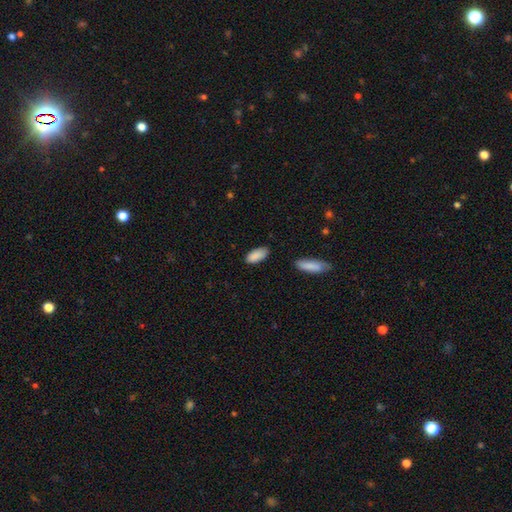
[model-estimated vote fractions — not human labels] A smooth galaxy with no disk features (89%) that is in between round and cigar-shaped (88%). Merging: none (81%).